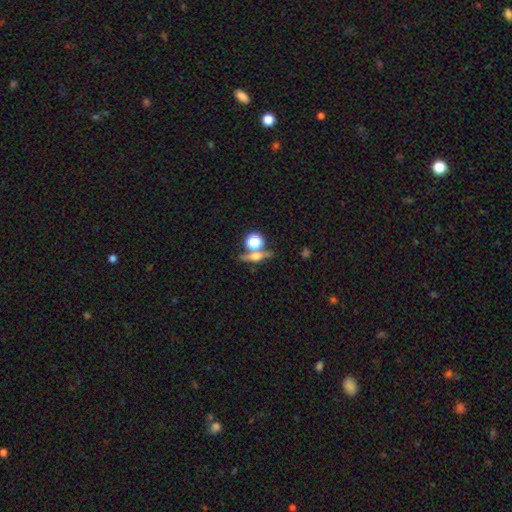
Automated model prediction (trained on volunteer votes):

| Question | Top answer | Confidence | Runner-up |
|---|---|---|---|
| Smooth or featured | featured or disk | 52% | smooth (33%) |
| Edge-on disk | yes | 90% | no (10%) |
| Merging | none | 70% | merger (16%) |